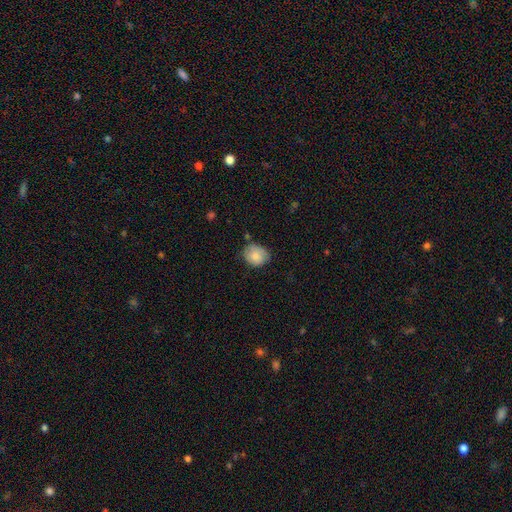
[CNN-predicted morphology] type=smooth (76%); roundness=round (58%); merging=none (63%).